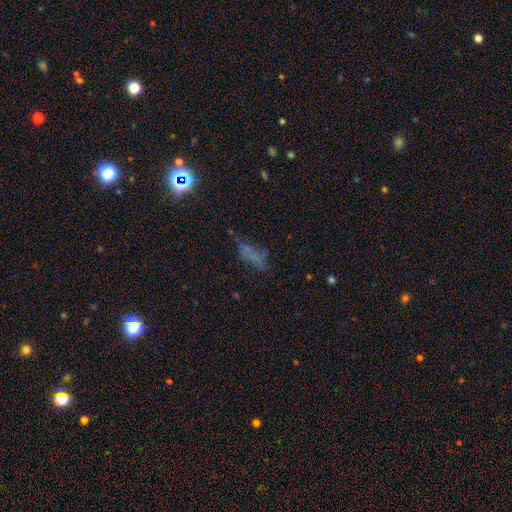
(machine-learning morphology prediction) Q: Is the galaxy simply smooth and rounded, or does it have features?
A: star or artifact — 42%.